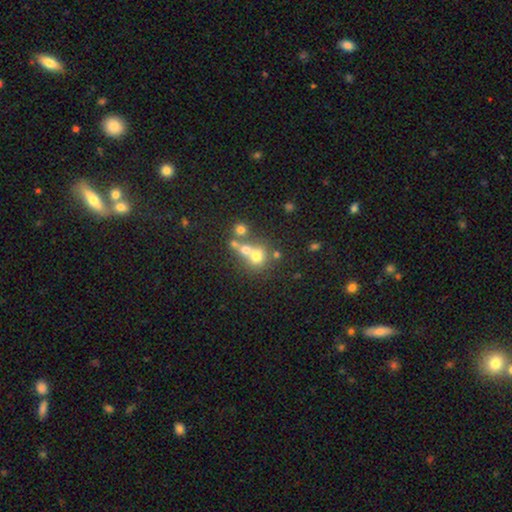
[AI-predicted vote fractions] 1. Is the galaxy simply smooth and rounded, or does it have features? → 64% smooth, 20% featured or disk, 17% star or artifact.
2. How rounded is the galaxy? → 81% round, 17% in between, 1% cigar-shaped.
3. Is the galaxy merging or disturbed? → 46% merger, 40% none, 8% minor disturbance, 5% major disturbance.